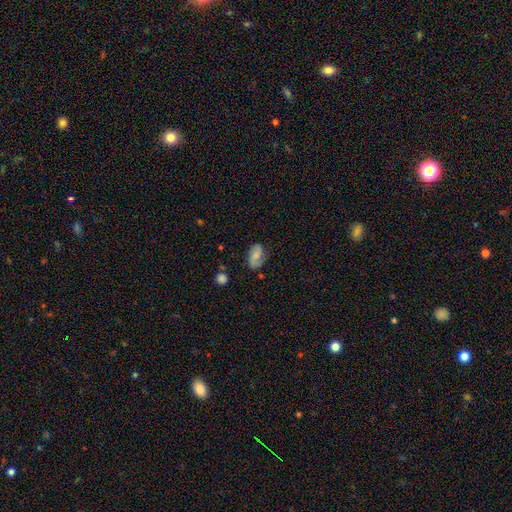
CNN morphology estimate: smooth_or_featured: smooth (p=0.47) [alt: featured or disk p=0.45]
merging: none (p=0.69) [alt: minor disturbance p=0.22]